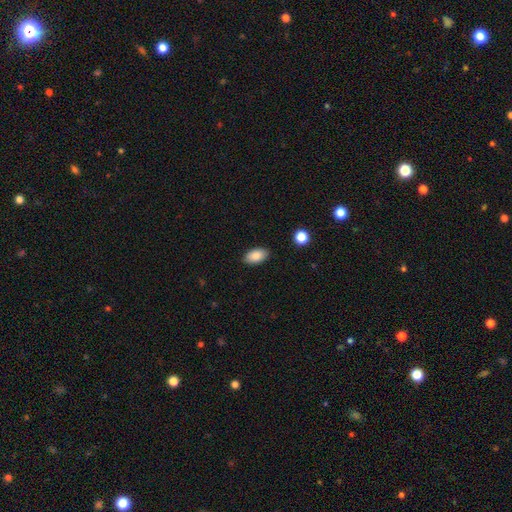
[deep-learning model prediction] A smooth galaxy with no disk features (88%) that is in between round and cigar-shaped (94%).

Vote fractions:
- Smooth or featured? smooth: 88% / star or artifact: 7% / featured or disk: 5%
- How rounded? in between: 94% / round: 4% / cigar-shaped: 2%
- Merging? none: 88% / minor disturbance: 9% / major disturbance: 2% / merger: 1%